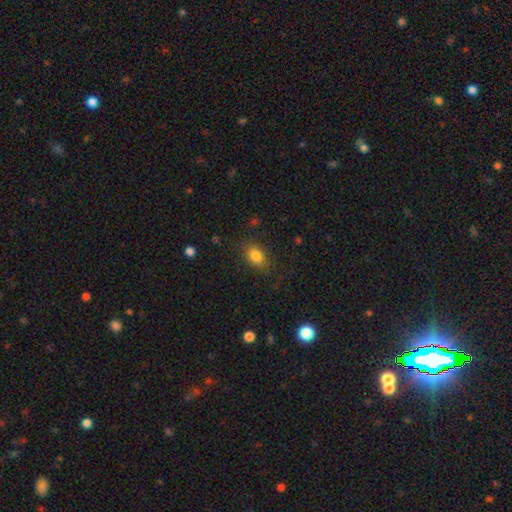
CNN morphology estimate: Smooth or featured?
  - smooth: 83% *
  - star or artifact: 10%
  - featured or disk: 7%
How rounded?
  - in between: 81% *
  - round: 17%
  - cigar-shaped: 2%
Merging?
  - none: 81% *
  - minor disturbance: 13%
  - major disturbance: 5%
  - merger: 1%